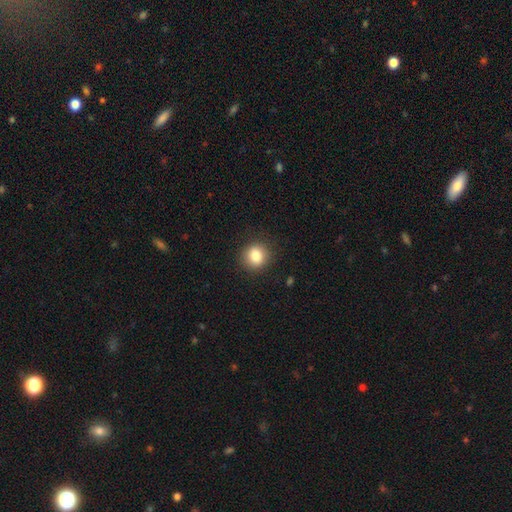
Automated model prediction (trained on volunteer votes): Smooth or featured? smooth (84%)
How rounded? round (82%)
Merging? none (88%)